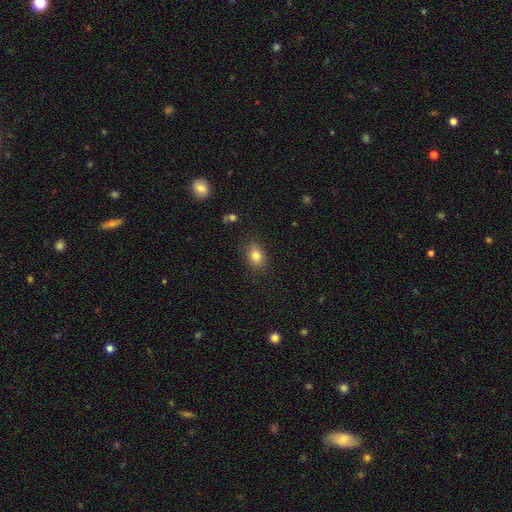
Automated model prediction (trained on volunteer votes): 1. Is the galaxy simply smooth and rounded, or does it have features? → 83% smooth, 10% star or artifact, 7% featured or disk.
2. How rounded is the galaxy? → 71% in between, 27% round, 1% cigar-shaped.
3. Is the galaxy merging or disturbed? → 85% none, 11% minor disturbance, 3% major disturbance, 1% merger.